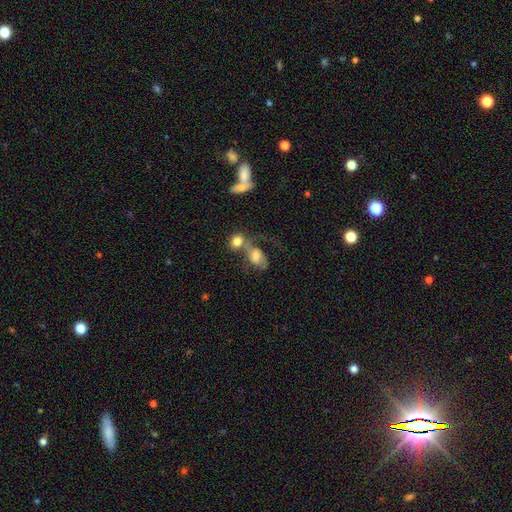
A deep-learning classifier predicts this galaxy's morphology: smooth 48%, featured or disk 42%, star or artifact 10%. Down the decision tree: merging — merger (51%).